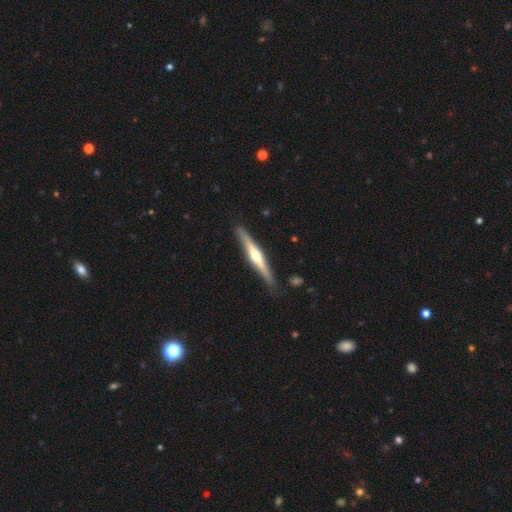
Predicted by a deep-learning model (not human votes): smooth_or_featured: featured or disk (p=0.65) [alt: smooth p=0.30]
disk_edge_on: yes (p=0.97) [alt: no p=0.03]
edge_on_bulge: rounded (p=0.83) [alt: none p=0.11]
merging: none (p=0.87) [alt: minor disturbance p=0.10]